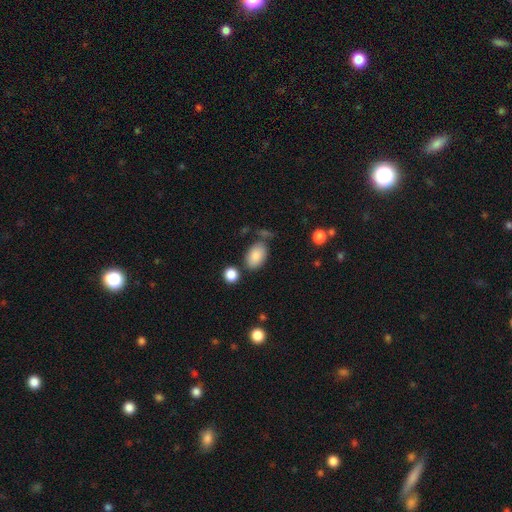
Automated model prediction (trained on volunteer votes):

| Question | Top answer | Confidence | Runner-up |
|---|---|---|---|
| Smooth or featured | smooth | 86% | star or artifact (7%) |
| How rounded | in between | 89% | round (10%) |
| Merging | none | 67% | minor disturbance (18%) |